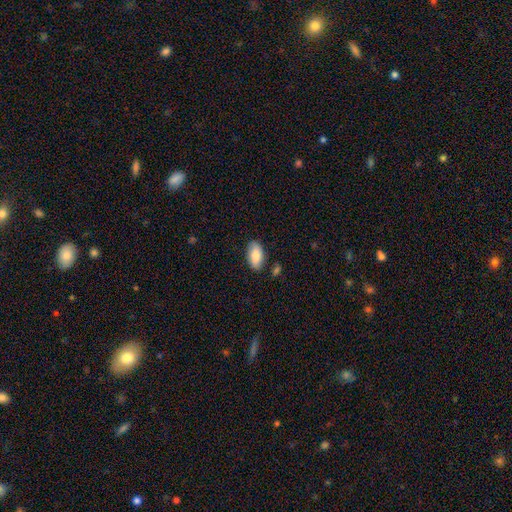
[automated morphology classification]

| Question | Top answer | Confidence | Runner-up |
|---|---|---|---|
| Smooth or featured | smooth | 83% | featured or disk (11%) |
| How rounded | in between | 94% | round (3%) |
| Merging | none | 83% | minor disturbance (12%) |